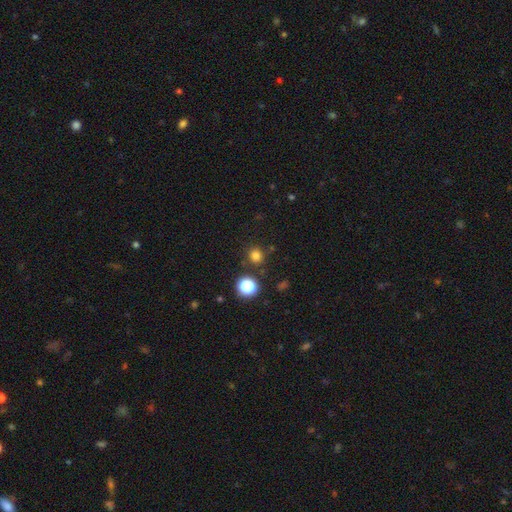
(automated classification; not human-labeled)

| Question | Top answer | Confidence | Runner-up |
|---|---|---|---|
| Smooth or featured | smooth | 77% | star or artifact (18%) |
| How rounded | round | 90% | in between (9%) |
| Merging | none | 85% | minor disturbance (7%) |